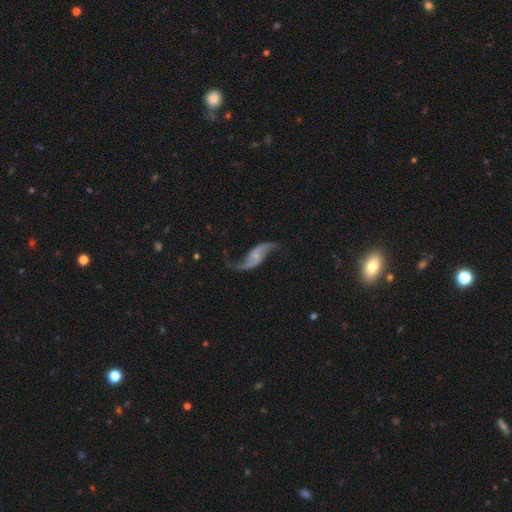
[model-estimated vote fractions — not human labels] smooth_or_featured: featured or disk (p=0.87) [alt: smooth p=0.07]
disk_edge_on: no (p=0.96) [alt: yes p=0.04]
bar: no (p=0.48) [alt: weak p=0.36]
has_spiral_arms: yes (p=0.95) [alt: no p=0.05]
spiral_winding: loose (p=0.92) [alt: medium p=0.06]
spiral_arm_count: 2 (p=0.93) [alt: 1 p=0.02]
bulge_size: none (p=0.44) [alt: small p=0.42]
merging: none (p=0.72) [alt: minor disturbance p=0.15]